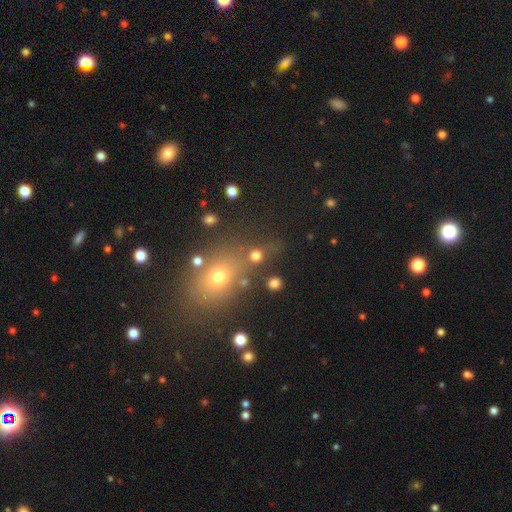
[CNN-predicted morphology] Smooth or featured?
  - smooth: 71% *
  - star or artifact: 20%
  - featured or disk: 9%
How rounded?
  - round: 77% *
  - in between: 21%
  - cigar-shaped: 2%
Merging?
  - none: 66% *
  - merger: 17%
  - minor disturbance: 11%
  - major disturbance: 7%